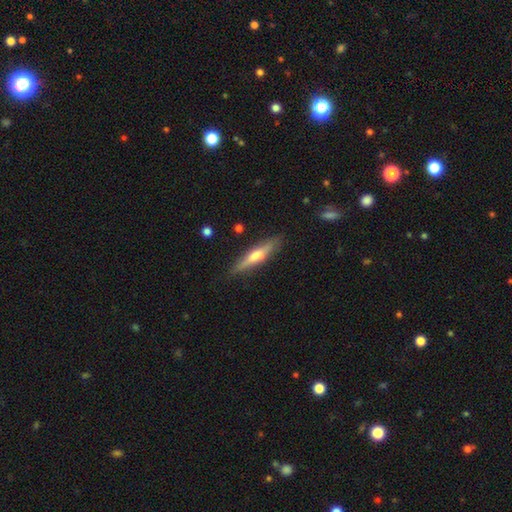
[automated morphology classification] smooth-or-featured: featured or disk: 55% | smooth: 39% | star or artifact: 6%
  disk-edge-on: yes: 94% | no: 6%
    edge-on-bulge: rounded: 77% | none: 12% | boxy: 10%
  merging: none: 84% | minor disturbance: 11% | major disturbance: 2% | merger: 2%